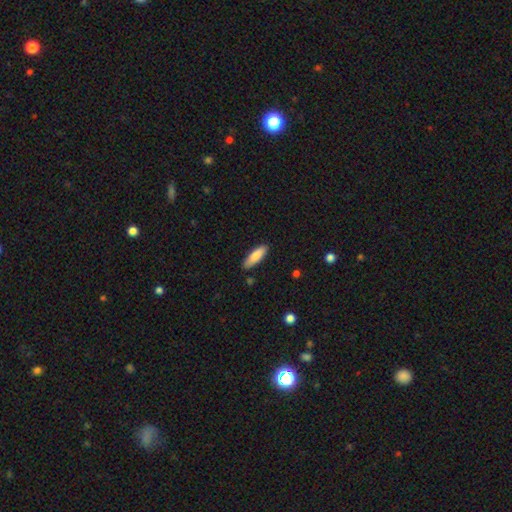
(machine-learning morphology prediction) type=smooth (81%); roundness=cigar-shaped (50%); merging=none (87%).